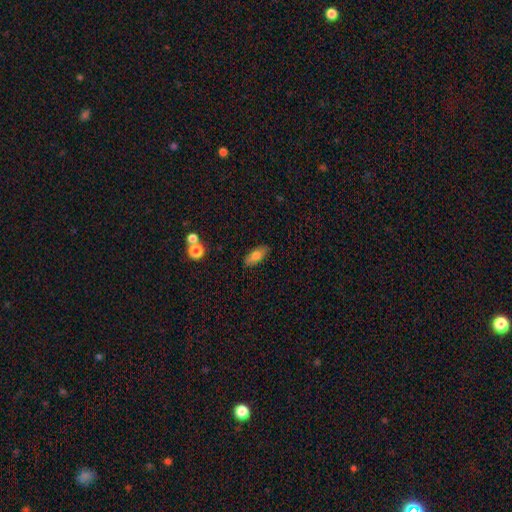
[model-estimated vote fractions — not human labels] smooth_or_featured: smooth (p=0.73) [alt: featured or disk p=0.19]
how_rounded: in between (p=0.76) [alt: cigar-shaped p=0.20]
merging: none (p=0.85) [alt: minor disturbance p=0.11]